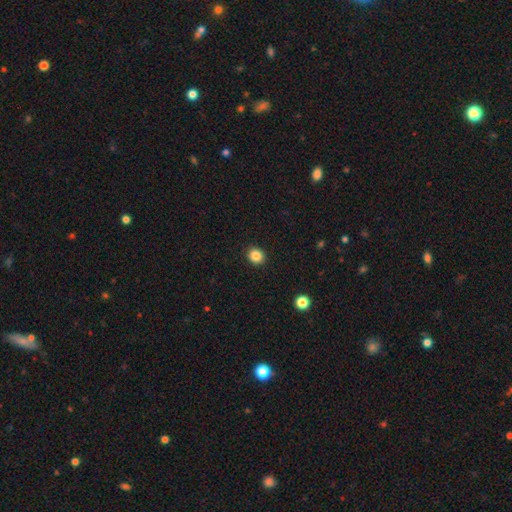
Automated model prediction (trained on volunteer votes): Smooth or featured? Predicted: smooth (p=0.86). How rounded? Predicted: round (p=0.80). Merging? Predicted: none (p=0.92).